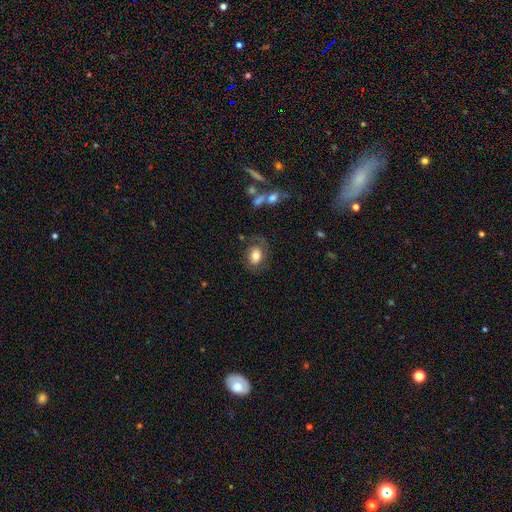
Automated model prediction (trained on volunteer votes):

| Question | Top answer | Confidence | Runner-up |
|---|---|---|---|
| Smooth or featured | smooth | 70% | featured or disk (22%) |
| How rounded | in between | 63% | round (35%) |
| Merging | none | 68% | minor disturbance (18%) |